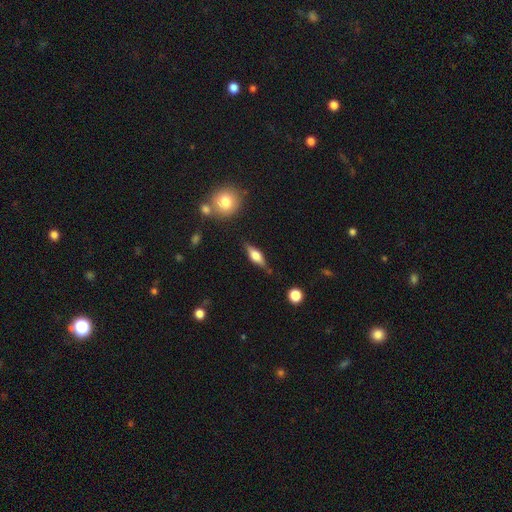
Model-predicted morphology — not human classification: Q: Smooth or featured?
A: featured or disk (51%); runner-up: smooth (42%)
Q: Edge-on disk?
A: yes (92%); runner-up: no (8%)
Q: Merging?
A: none (79%); runner-up: minor disturbance (15%)